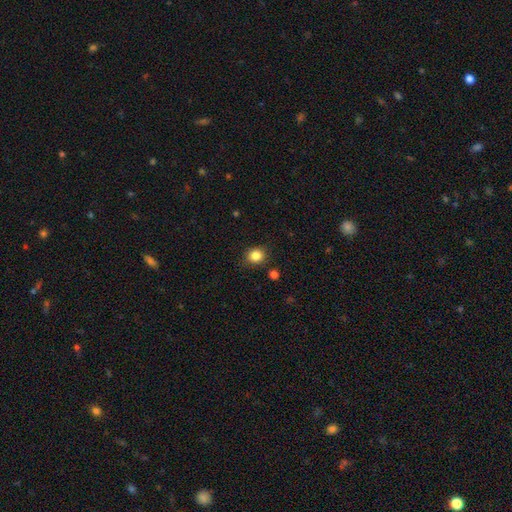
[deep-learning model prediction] Smooth or featured? smooth (85%)
How rounded? round (79%)
Merging? none (86%)